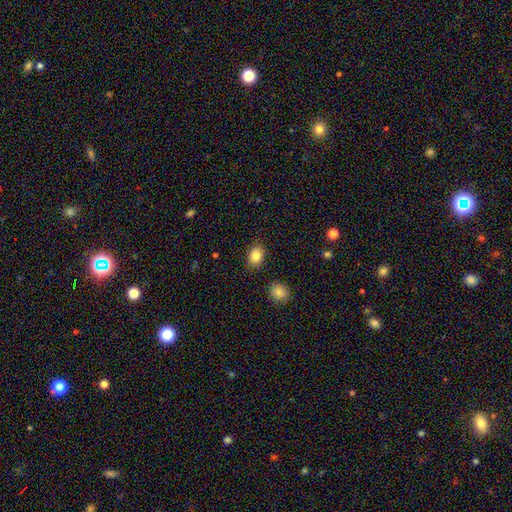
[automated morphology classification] Q: Smooth or featured?
A: smooth (84%); runner-up: star or artifact (9%)
Q: How rounded?
A: in between (64%); runner-up: round (34%)
Q: Merging?
A: none (87%); runner-up: minor disturbance (9%)